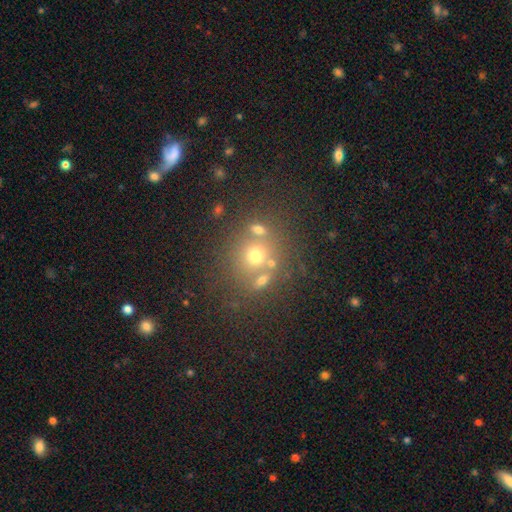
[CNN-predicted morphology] This is likely a smooth galaxy (61%). How rounded: clearly round (84%). Merging: likely none (60%).